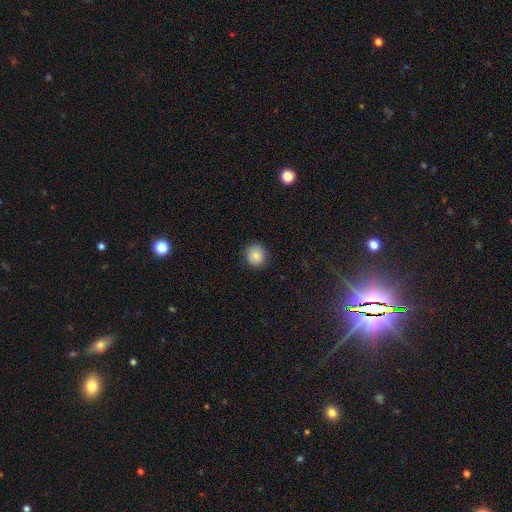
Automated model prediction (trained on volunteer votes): Q: Smooth or featured?
A: smooth (81%); runner-up: star or artifact (10%)
Q: How rounded?
A: round (91%); runner-up: in between (8%)
Q: Merging?
A: none (87%); runner-up: minor disturbance (10%)